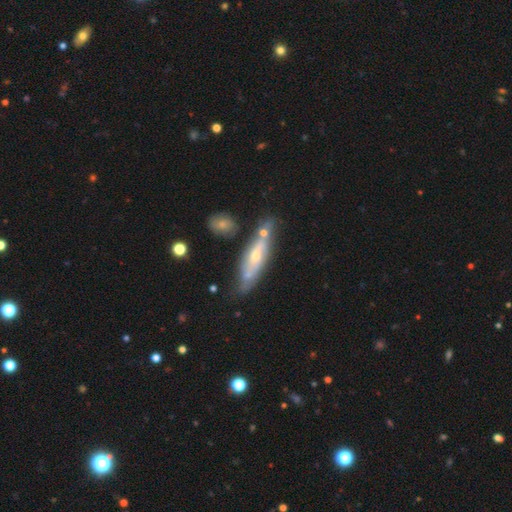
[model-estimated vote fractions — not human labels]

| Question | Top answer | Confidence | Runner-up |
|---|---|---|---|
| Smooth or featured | featured or disk | 61% | smooth (32%) |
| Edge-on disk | no | 59% | yes (41%) |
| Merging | none | 57% | minor disturbance (21%) |